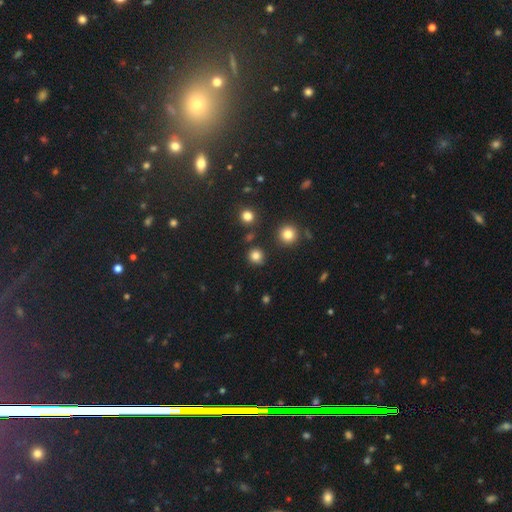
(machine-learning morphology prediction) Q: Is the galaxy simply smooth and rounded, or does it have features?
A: smooth — 81%.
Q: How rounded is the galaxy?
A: round — 90%.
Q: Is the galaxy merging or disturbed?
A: none — 84%.